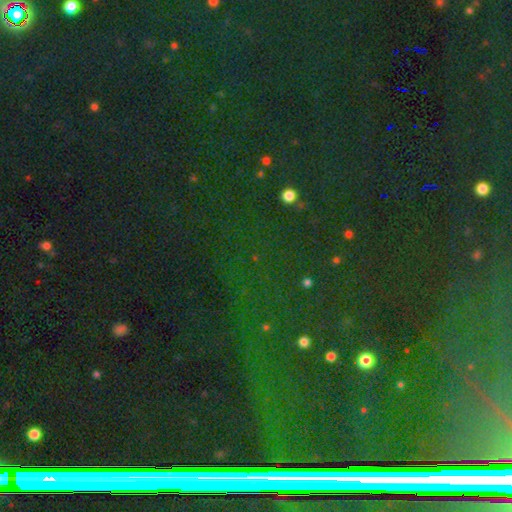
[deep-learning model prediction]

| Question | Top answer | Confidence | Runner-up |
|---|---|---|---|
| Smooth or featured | star or artifact | 82% | smooth (11%) |